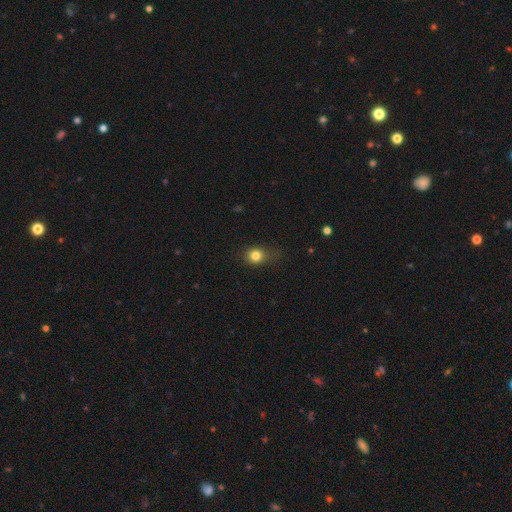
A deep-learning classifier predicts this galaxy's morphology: A smooth galaxy with no disk features (80%) that is round (71%).

Vote fractions:
- Smooth or featured? smooth: 80% / star or artifact: 13% / featured or disk: 7%
- How rounded? round: 71% / in between: 27% / cigar-shaped: 1%
- Merging? none: 69% / minor disturbance: 22% / major disturbance: 7% / merger: 1%